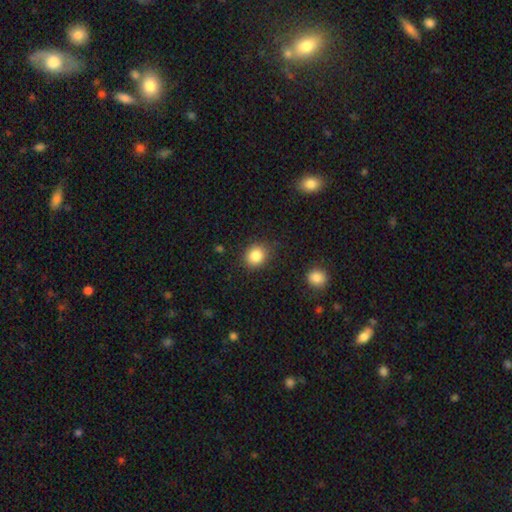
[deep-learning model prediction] Overall: smooth (85%). How rounded: round (70%). Merging: none (83%).